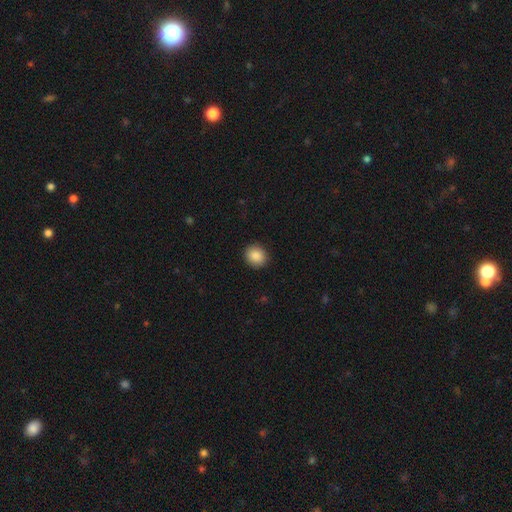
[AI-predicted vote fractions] smooth 88%, star or artifact 8%, featured or disk 3%. Down the decision tree: how rounded — round (80%); merging — none (91%).